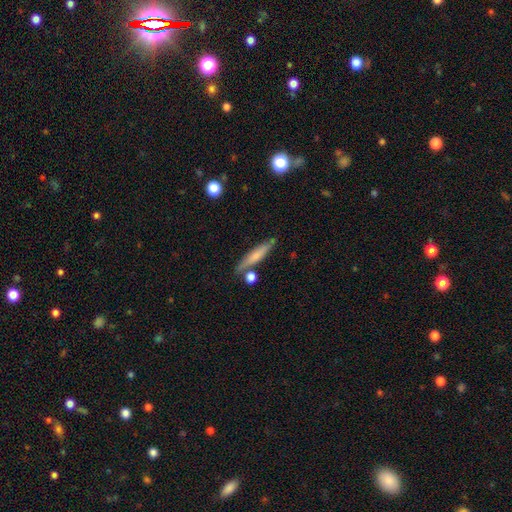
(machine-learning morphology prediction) type=smooth (63%); roundness=cigar-shaped (86%); merging=none (72%).